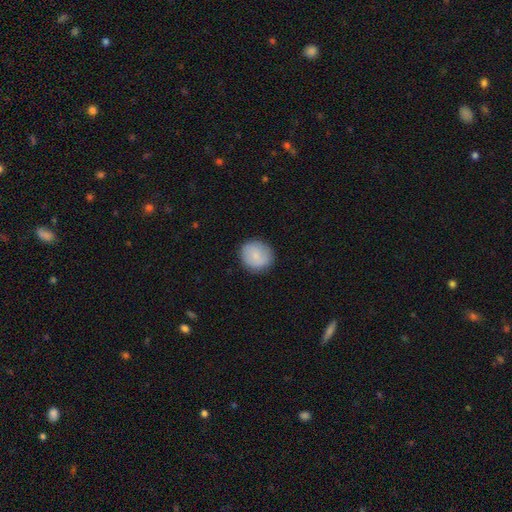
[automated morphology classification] type=smooth (80%); roundness=round (86%); merging=none (86%).